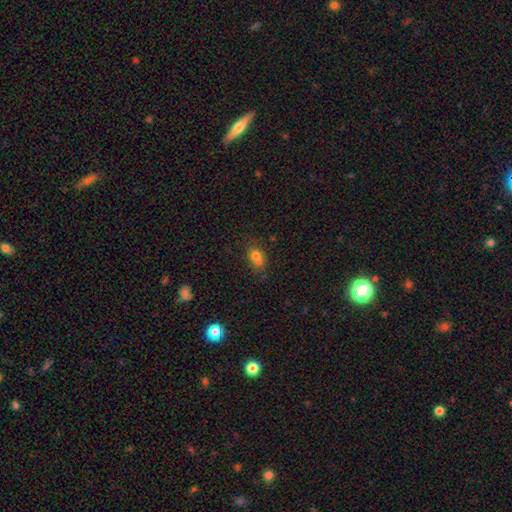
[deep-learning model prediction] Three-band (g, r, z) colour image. It shows a smooth galaxy with no disk features (74%) that is in between round and cigar-shaped (50%). Merging: none (45%).